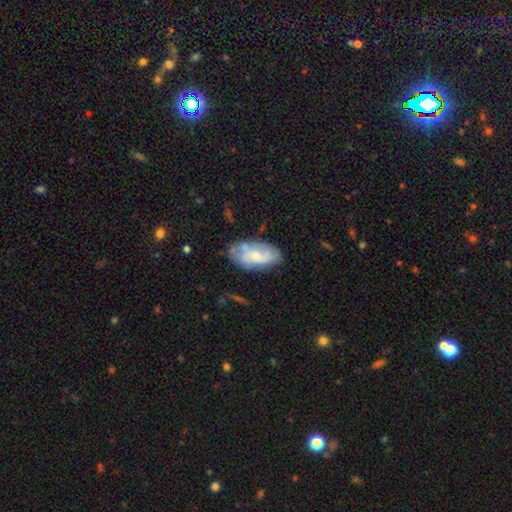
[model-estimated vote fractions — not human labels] Overall: smooth (50%; featured or disk 43%). Merging: none (62%; minor disturbance 25%).